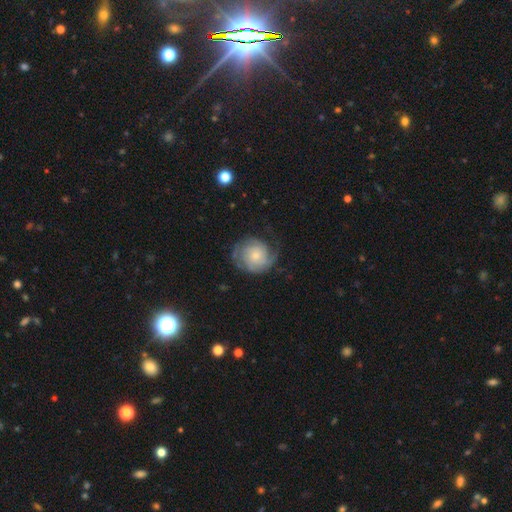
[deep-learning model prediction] Smooth or featured?
  - featured or disk: 74% *
  - smooth: 20%
  - star or artifact: 6%
Edge-on disk?
  - no: 98% *
  - yes: 2%
Bar?
  - no: 77% *
  - weak: 20%
  - strong: 3%
Spiral arms?
  - yes: 94% *
  - no: 6%
Spiral winding?
  - tight: 59% *
  - medium: 29%
  - loose: 12%
Spiral arm count?
  - 2: 44% *
  - can't tell: 26%
  - 3: 14%
  - 1: 7%
  - 4: 5%
  - more than 4: 4%
Bulge size?
  - small: 60% *
  - moderate: 32%
  - none: 4%
  - large: 3%
  - dominant: 1%
Merging?
  - none: 66% *
  - minor disturbance: 20%
  - major disturbance: 12%
  - merger: 1%